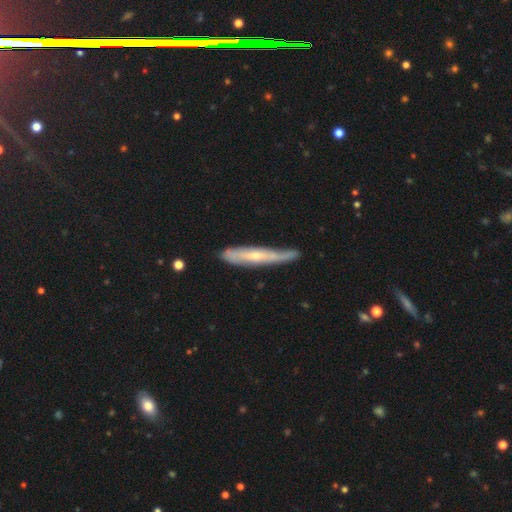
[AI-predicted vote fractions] smooth-or-featured: featured or disk: 57% | smooth: 36% | star or artifact: 7%
  disk-edge-on: yes: 76% | no: 24%
  merging: none: 64% | minor disturbance: 28% | major disturbance: 6% | merger: 3%